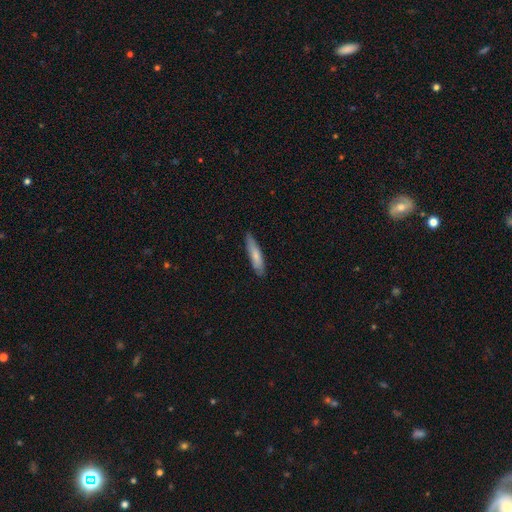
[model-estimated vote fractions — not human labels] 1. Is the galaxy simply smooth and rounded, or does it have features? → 76% smooth, 19% featured or disk, 5% star or artifact.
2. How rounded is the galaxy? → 82% cigar-shaped, 17% in between, 1% round.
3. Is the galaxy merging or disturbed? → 84% none, 13% minor disturbance, 2% major disturbance, 1% merger.